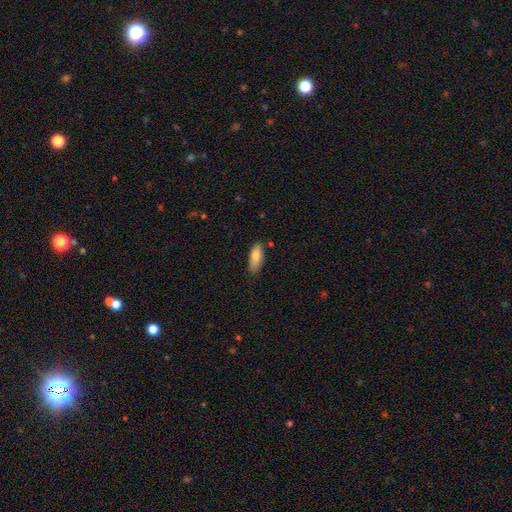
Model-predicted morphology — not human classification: Smooth or featured? smooth (82%)
How rounded? in between (76%)
Merging? none (73%)